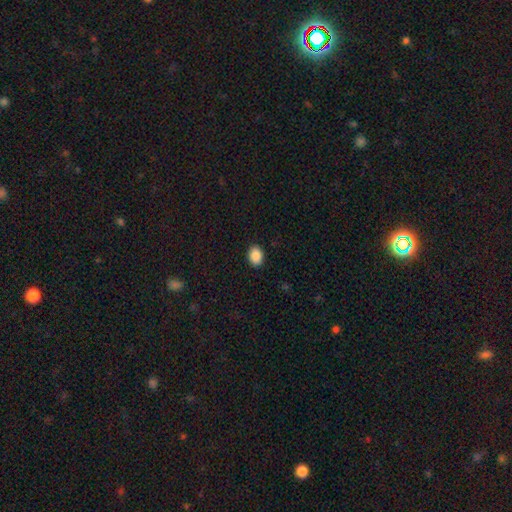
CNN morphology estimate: Smooth or featured? smooth (90%)
How rounded? in between (70%)
Merging? none (90%)